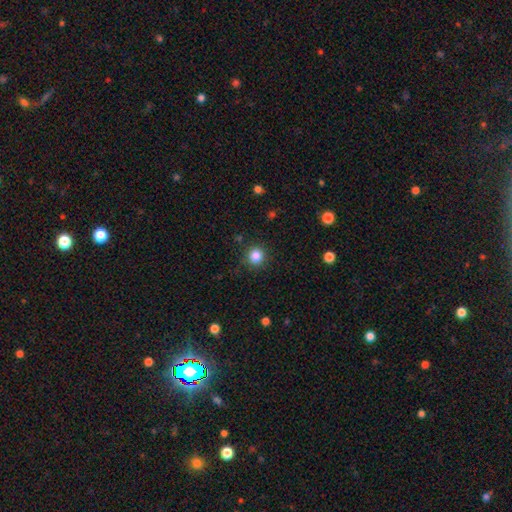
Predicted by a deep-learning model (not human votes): Smooth or featured?
  - smooth: 85% *
  - star or artifact: 11%
  - featured or disk: 4%
How rounded?
  - round: 92% *
  - in between: 7%
  - cigar-shaped: 1%
Merging?
  - none: 88% *
  - minor disturbance: 8%
  - major disturbance: 3%
  - merger: 1%